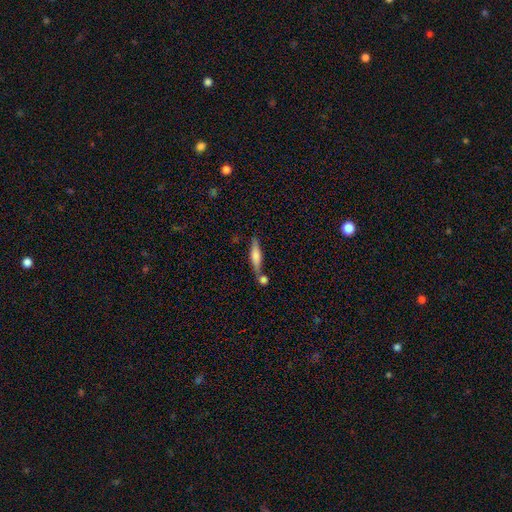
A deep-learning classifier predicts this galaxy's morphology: Smooth or featured? smooth (58%)
How rounded? cigar-shaped (74%)
Merging? none (56%)